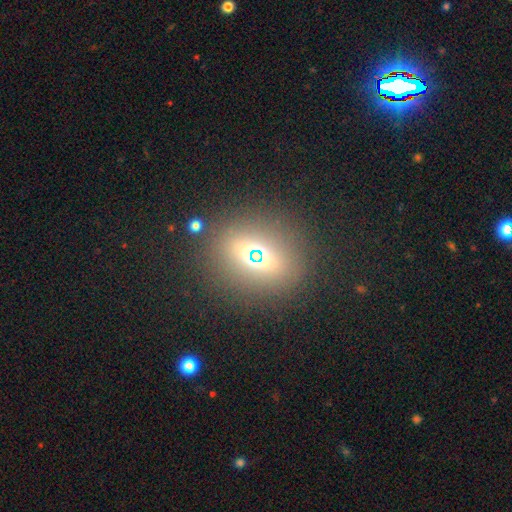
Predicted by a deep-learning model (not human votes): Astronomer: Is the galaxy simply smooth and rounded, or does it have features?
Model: smooth — 54% (runner-up: star or artifact, 31%).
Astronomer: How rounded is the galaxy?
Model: round — 64%.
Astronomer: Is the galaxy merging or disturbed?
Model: none — 85%.